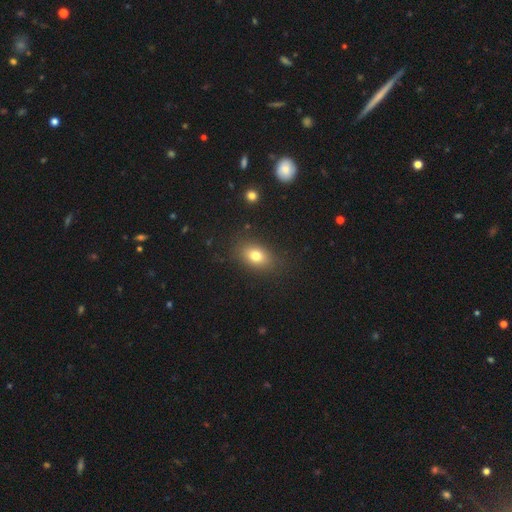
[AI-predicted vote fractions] smooth_or_featured: smooth (p=0.77) [alt: star or artifact p=0.11]
how_rounded: in between (p=0.76) [alt: round p=0.22]
merging: none (p=0.83) [alt: minor disturbance p=0.11]